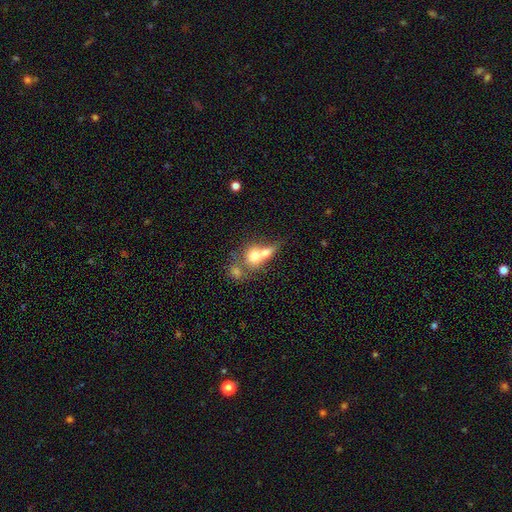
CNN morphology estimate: This appears to be a smooth galaxy with no disk features (67%) that is round (57%). Merging: merger (67%).